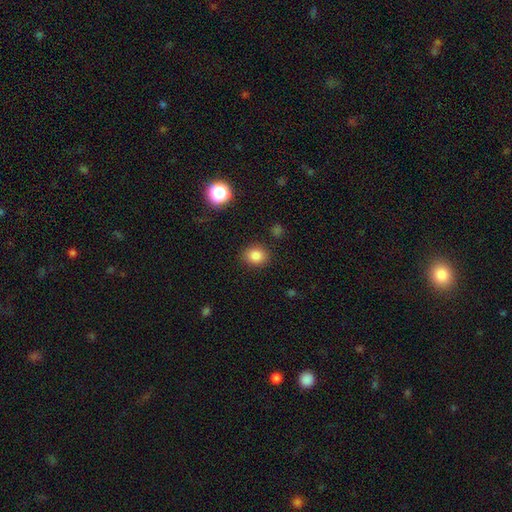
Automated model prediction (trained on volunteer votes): This appears to be a smooth galaxy with no disk features (84%) that is round (61%). Merging: none (87%).